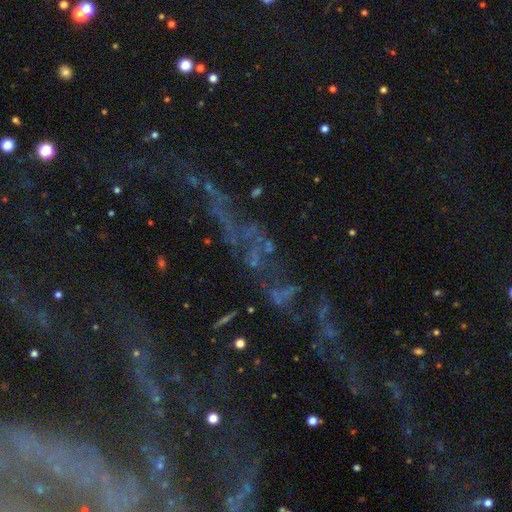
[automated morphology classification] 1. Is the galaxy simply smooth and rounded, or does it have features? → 71% star or artifact, 18% featured or disk, 11% smooth.